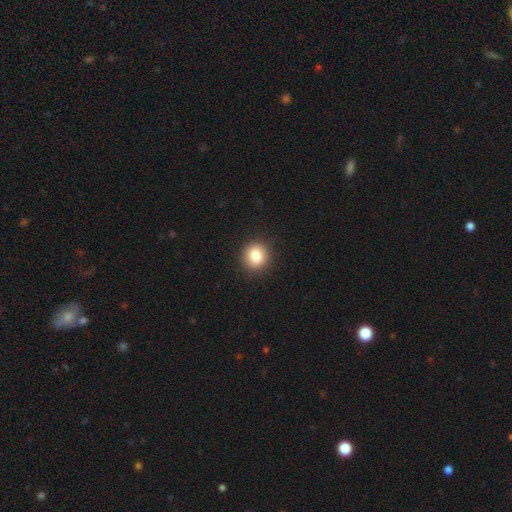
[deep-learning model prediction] A smooth galaxy with no disk features (84%) that is round (83%).

Vote fractions:
- Smooth or featured? smooth: 84% / star or artifact: 10% / featured or disk: 6%
- How rounded? round: 83% / in between: 16% / cigar-shaped: 1%
- Merging? none: 90% / minor disturbance: 7% / major disturbance: 2% / merger: 1%